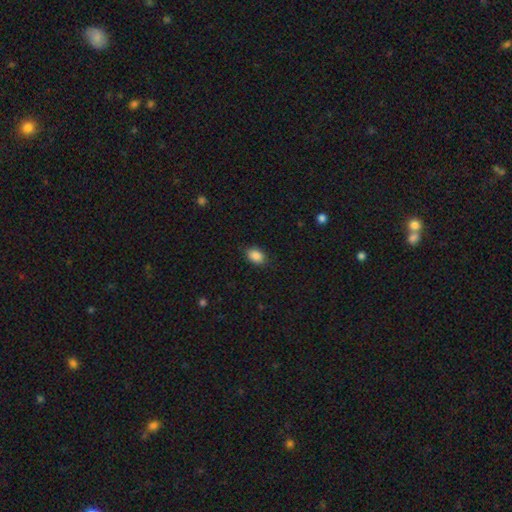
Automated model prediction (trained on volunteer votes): The model was most divided on "how rounded": in between: 81%, round: 17%, cigar-shaped: 1%. More confident: smooth or featured — smooth (88%); merging — none (85%).